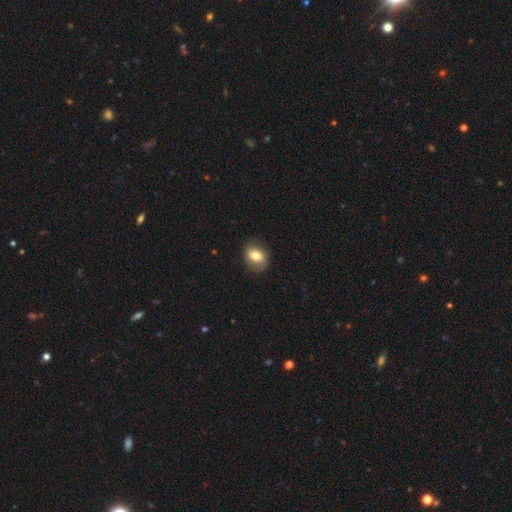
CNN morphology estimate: Smooth or featured: smooth — 72% (featured or disk — 20%)
How rounded: in between — 59% (round — 40%)
Merging: none — 80% (minor disturbance — 15%)